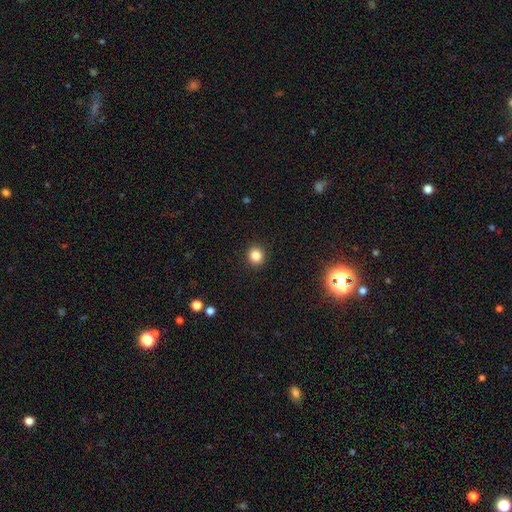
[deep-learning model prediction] Morphology: type=smooth (84%); roundness=round (88%); merging=none (92%).